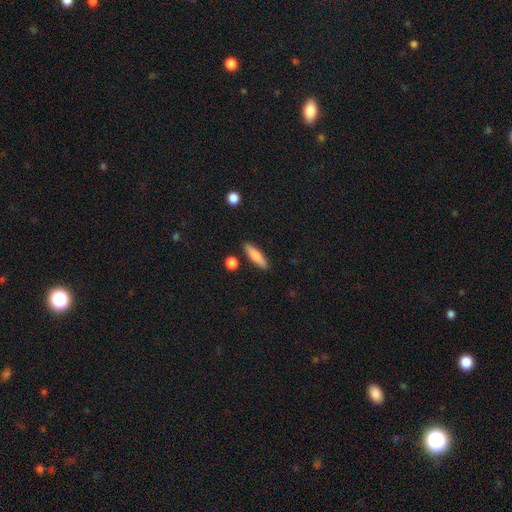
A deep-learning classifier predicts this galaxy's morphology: type=smooth (75%); roundness=cigar-shaped (69%); merging=none (85%).